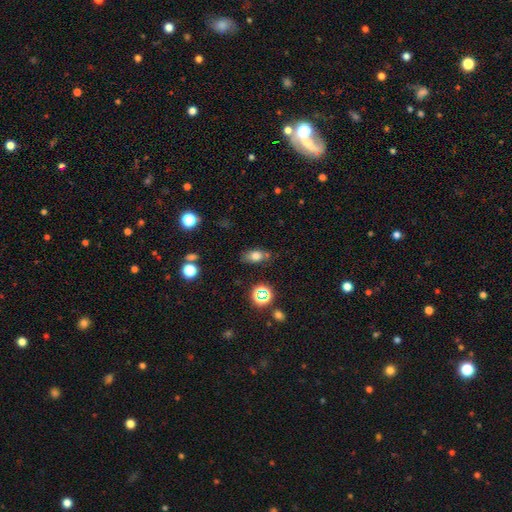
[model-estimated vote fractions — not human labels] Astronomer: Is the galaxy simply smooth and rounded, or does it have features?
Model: smooth — 72%.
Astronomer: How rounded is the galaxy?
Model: in between — 78%.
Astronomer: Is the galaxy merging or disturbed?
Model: none — 69%.